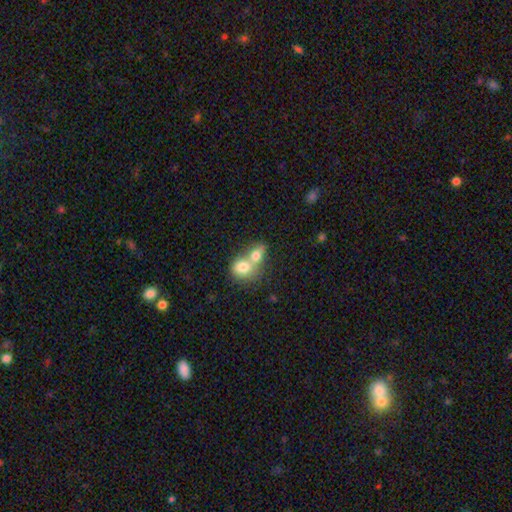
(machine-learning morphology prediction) The model was most divided on "how rounded": in between: 50%, round: 48%, cigar-shaped: 2%. More confident: smooth or featured — smooth (76%); merging — merger (74%).